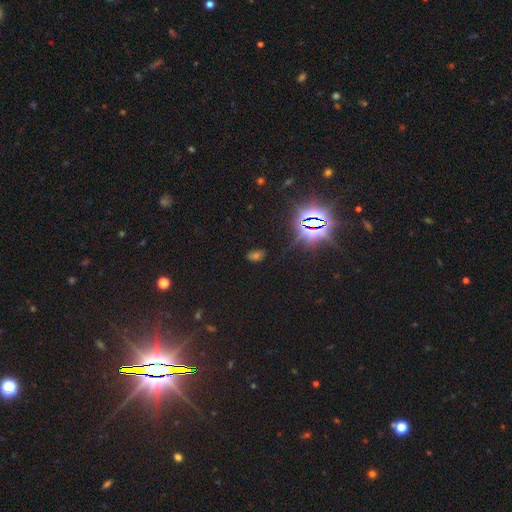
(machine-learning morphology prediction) Overall: star or artifact (62%; smooth 29%).